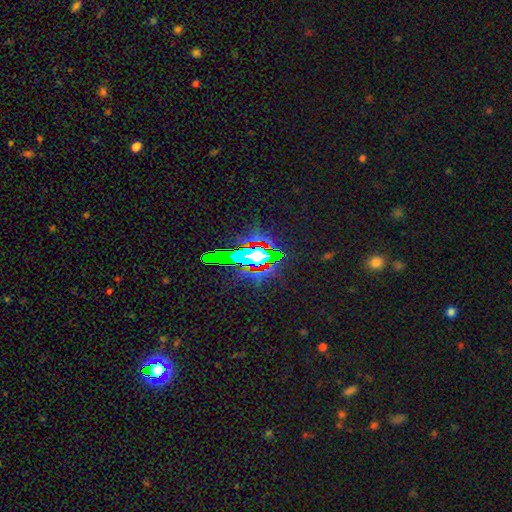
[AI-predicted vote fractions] Smooth or featured? star or artifact (62%)